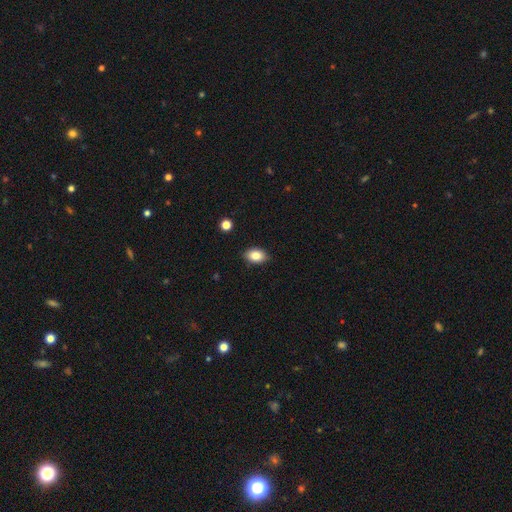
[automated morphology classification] Q: Smooth or featured?
A: smooth (85%); runner-up: star or artifact (8%)
Q: How rounded?
A: in between (86%); runner-up: round (12%)
Q: Merging?
A: none (88%); runner-up: minor disturbance (9%)